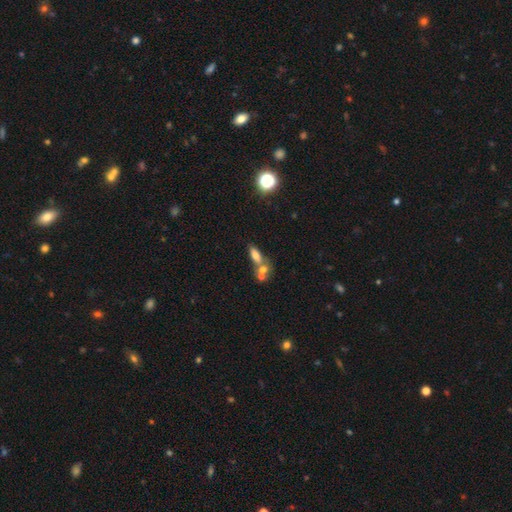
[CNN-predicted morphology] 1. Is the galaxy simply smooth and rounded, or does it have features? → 65% smooth, 23% featured or disk, 12% star or artifact.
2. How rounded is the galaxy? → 74% in between, 17% cigar-shaped, 9% round.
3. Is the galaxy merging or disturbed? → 50% merger, 34% none, 10% minor disturbance, 6% major disturbance.